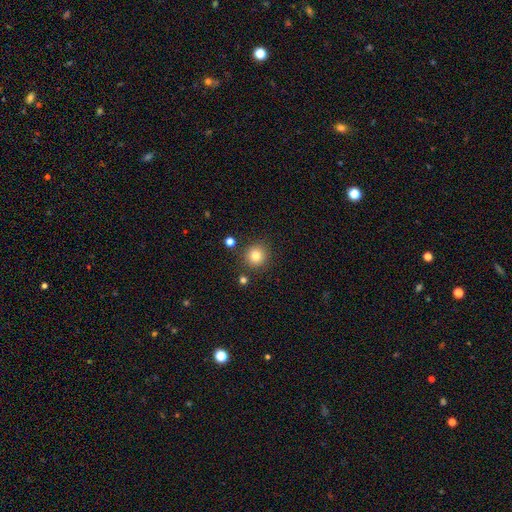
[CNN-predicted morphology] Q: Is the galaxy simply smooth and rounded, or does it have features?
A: smooth — 82%.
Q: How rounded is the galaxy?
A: round — 92%.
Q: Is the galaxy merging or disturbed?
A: none — 86%.